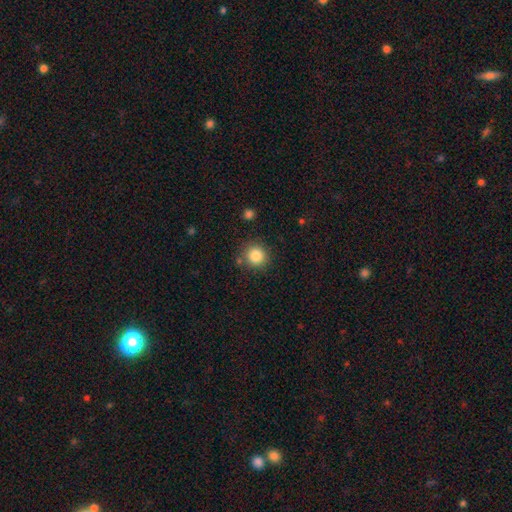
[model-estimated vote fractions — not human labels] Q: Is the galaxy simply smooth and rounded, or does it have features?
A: smooth — 85%.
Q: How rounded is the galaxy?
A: round — 92%.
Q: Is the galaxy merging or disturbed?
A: none — 83%.